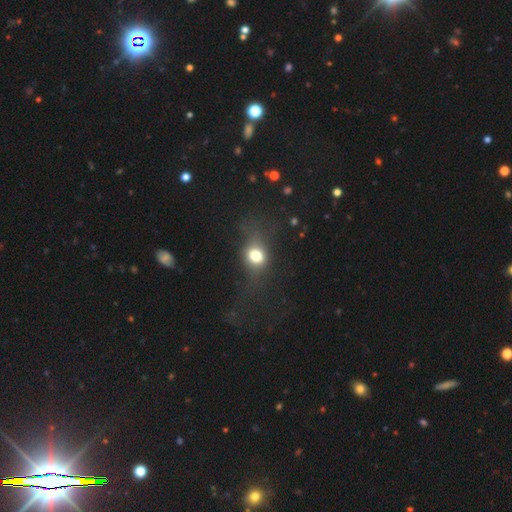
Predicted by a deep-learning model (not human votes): Smooth or featured? Predicted: smooth (p=0.63). How rounded? Predicted: round (p=0.57). Merging? Predicted: none (p=0.58).